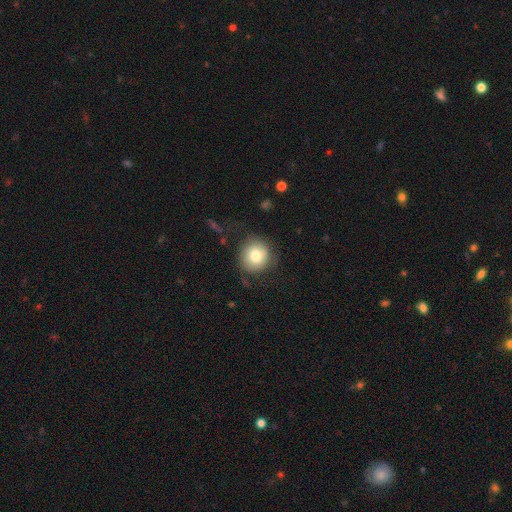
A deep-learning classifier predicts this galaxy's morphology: Smooth or featured? Predicted: smooth (p=0.78). How rounded? Predicted: round (p=0.89). Merging? Predicted: none (p=0.78).